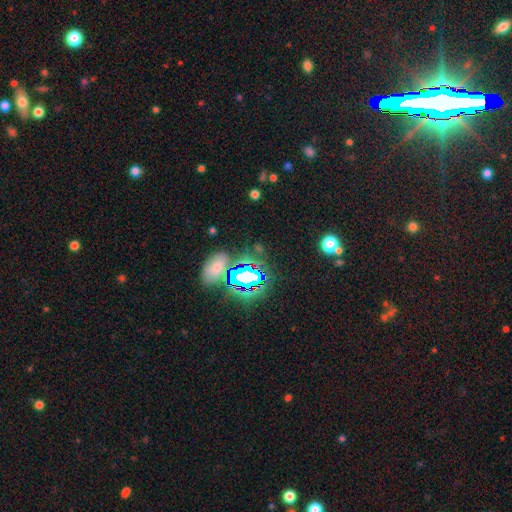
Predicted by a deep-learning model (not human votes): A star or artifact, not a galaxy (75%).